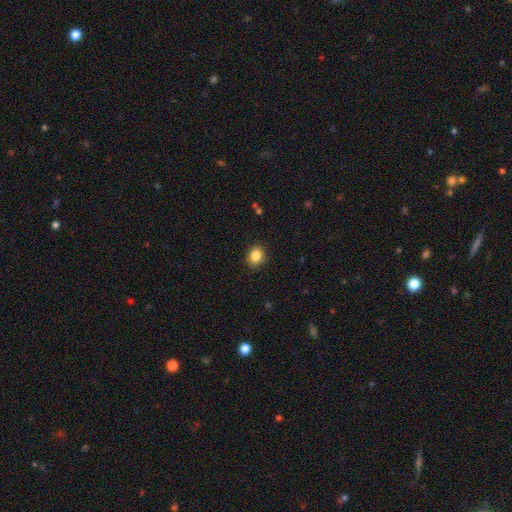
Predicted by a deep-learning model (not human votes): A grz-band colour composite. It shows a smooth galaxy with no disk features (85%) that is round (56%). Merging: none (90%).